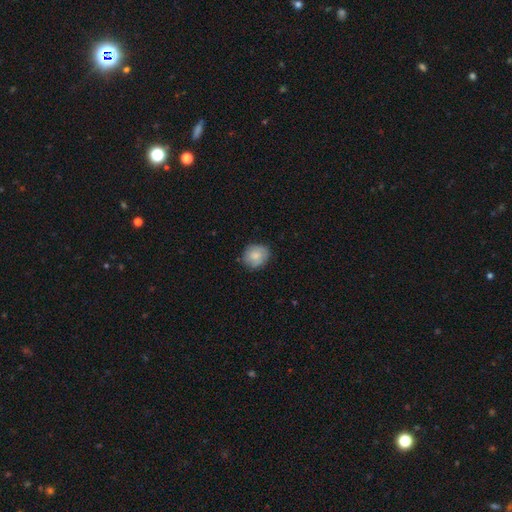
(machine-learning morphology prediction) The model was most divided on "how rounded": round: 77%, in between: 22%, cigar-shaped: 1%. More confident: smooth or featured — smooth (79%); merging — none (79%).